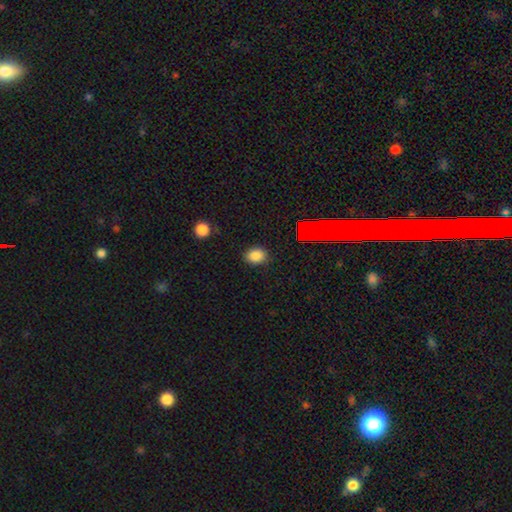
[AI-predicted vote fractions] The model was most divided on "how rounded": in between: 53%, round: 46%, cigar-shaped: 1%. More confident: merging — none (86%); smooth or featured — smooth (82%).